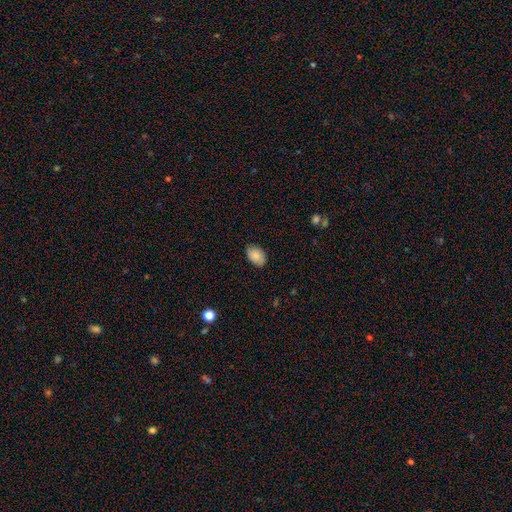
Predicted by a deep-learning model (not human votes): Smooth or featured: smooth — 83% (featured or disk — 9%)
How rounded: in between — 81% (round — 18%)
Merging: none — 81% (minor disturbance — 15%)